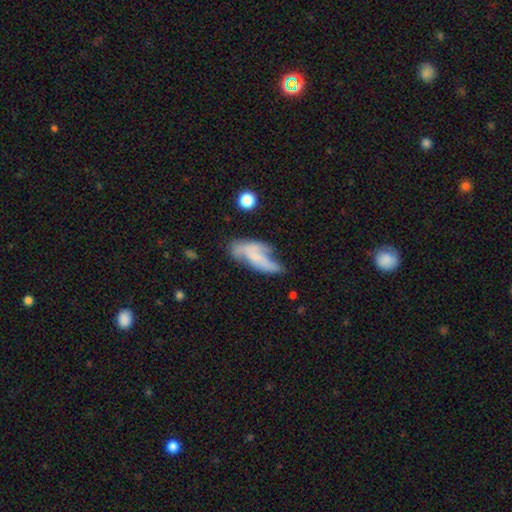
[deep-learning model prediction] This is possibly a featured or disk galaxy (46%). Merging: marginally major disturbance (30%, tied with none).